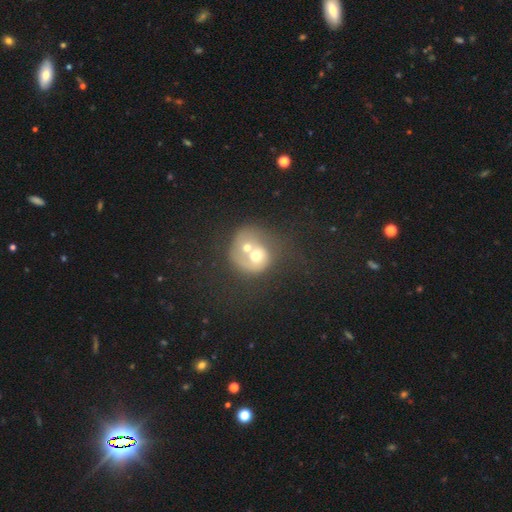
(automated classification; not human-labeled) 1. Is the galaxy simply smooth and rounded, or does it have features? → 46% featured or disk, 44% smooth, 10% star or artifact.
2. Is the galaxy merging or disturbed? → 75% merger, 11% none, 8% major disturbance, 6% minor disturbance.